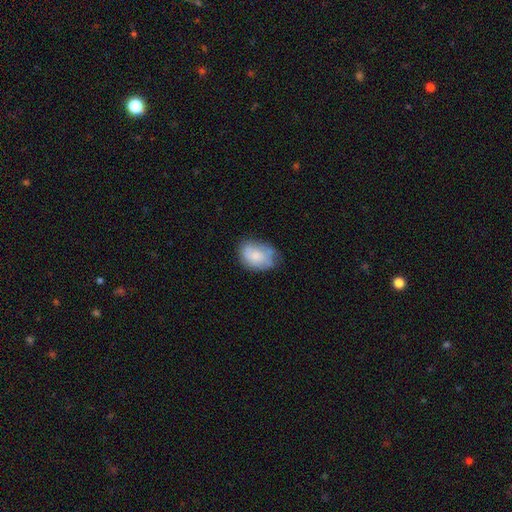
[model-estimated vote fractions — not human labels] Smooth or featured: smooth — 71% (featured or disk — 21%)
How rounded: in between — 81% (round — 18%)
Merging: none — 51% (minor disturbance — 34%)